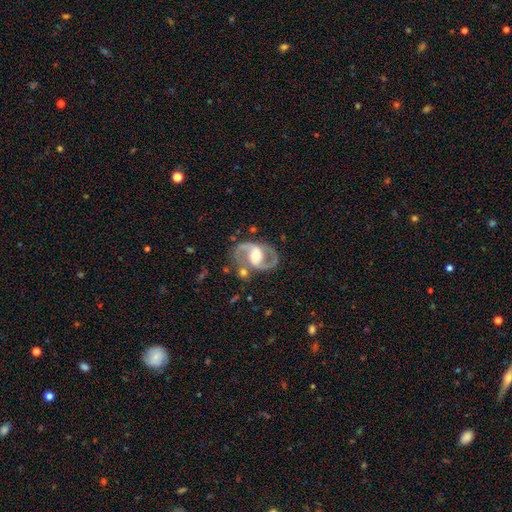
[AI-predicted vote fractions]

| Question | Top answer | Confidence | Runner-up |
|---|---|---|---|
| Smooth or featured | featured or disk | 89% | smooth (7%) |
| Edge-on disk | no | 97% | yes (3%) |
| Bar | weak | 38% | strong (33%) |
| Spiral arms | yes | 94% | no (6%) |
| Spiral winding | medium | 61% | loose (23%) |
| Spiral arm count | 2 | 93% | can't tell (2%) |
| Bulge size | moderate | 70% | small (17%) |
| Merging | none | 74% | minor disturbance (14%) |